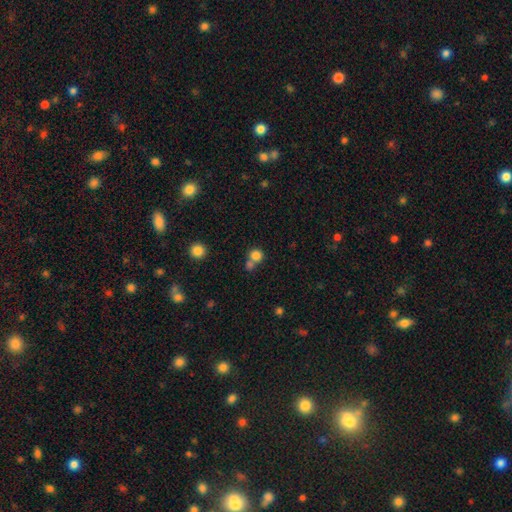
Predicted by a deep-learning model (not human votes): The model was most divided on "merging": none: 49%, merger: 40%, minor disturbance: 7%, major disturbance: 4%. More confident: how rounded — round (86%); smooth or featured — smooth (80%).